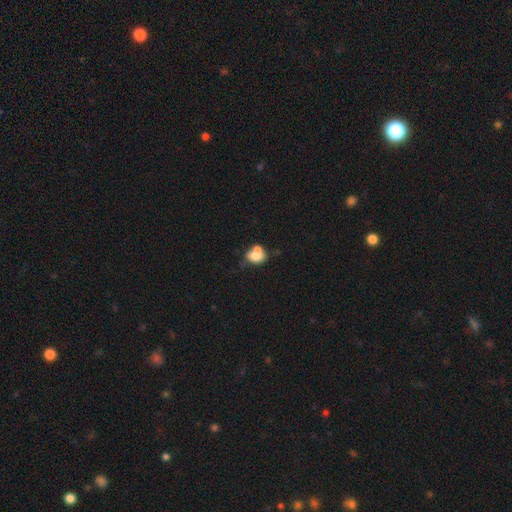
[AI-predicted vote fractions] smooth_or_featured: smooth (p=0.73) [alt: featured or disk p=0.18]
how_rounded: in between (p=0.54) [alt: round p=0.45]
merging: merger (p=0.48) [alt: none p=0.32]